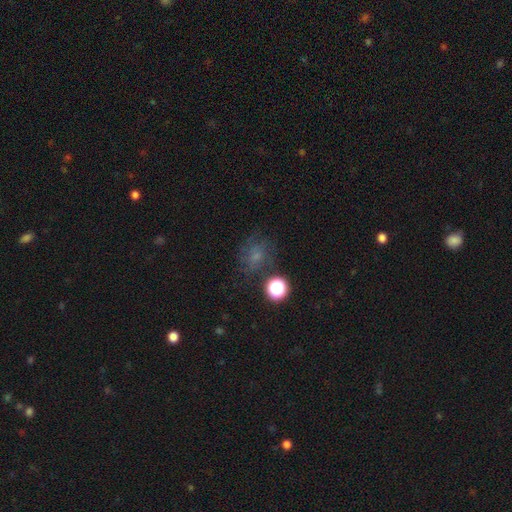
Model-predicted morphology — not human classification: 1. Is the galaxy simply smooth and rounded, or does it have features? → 51% smooth, 27% star or artifact, 22% featured or disk.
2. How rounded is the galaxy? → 68% round, 30% in between, 1% cigar-shaped.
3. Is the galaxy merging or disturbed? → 62% none, 19% minor disturbance, 13% major disturbance, 6% merger.